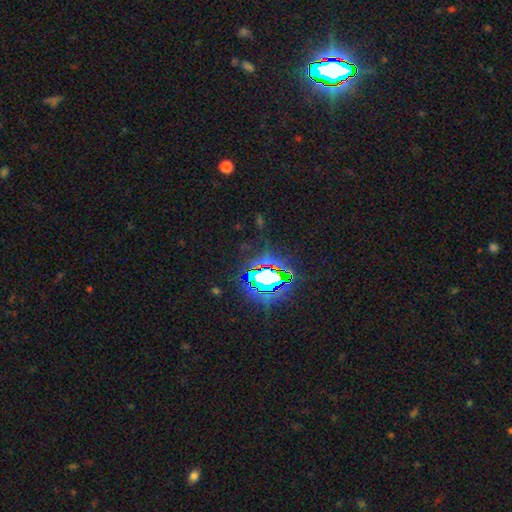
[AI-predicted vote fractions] The model was most divided on "smooth or featured": star or artifact: 84%, smooth: 9%, featured or disk: 6%.